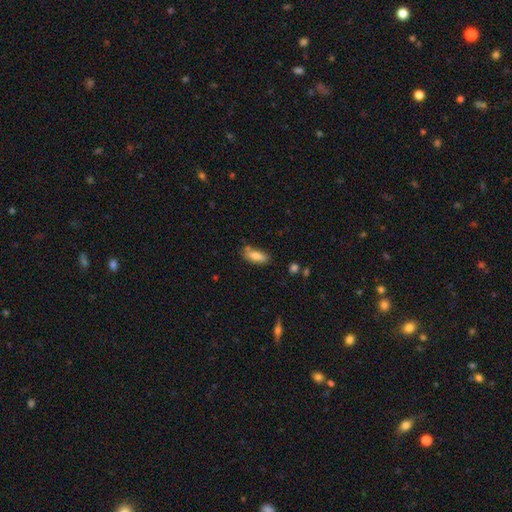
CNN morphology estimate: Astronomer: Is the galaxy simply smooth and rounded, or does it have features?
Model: smooth — 80%.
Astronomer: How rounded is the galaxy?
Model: in between — 74%.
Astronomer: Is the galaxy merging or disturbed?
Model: none — 69%.